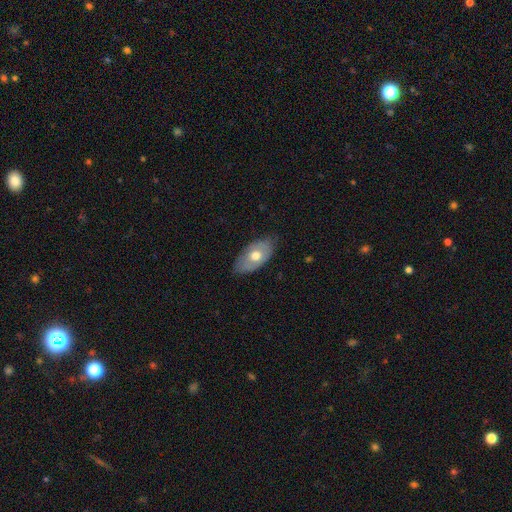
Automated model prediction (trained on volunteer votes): Overall: smooth (59%; featured or disk 35%). How rounded: in between (92%). Merging: none (76%).